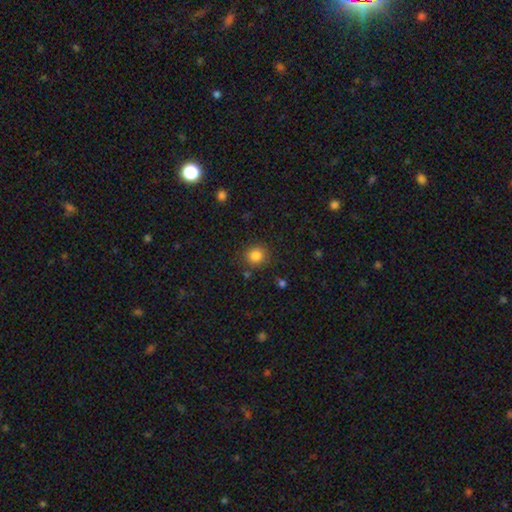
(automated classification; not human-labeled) Smooth or featured? smooth (84%)
How rounded? round (86%)
Merging? none (85%)